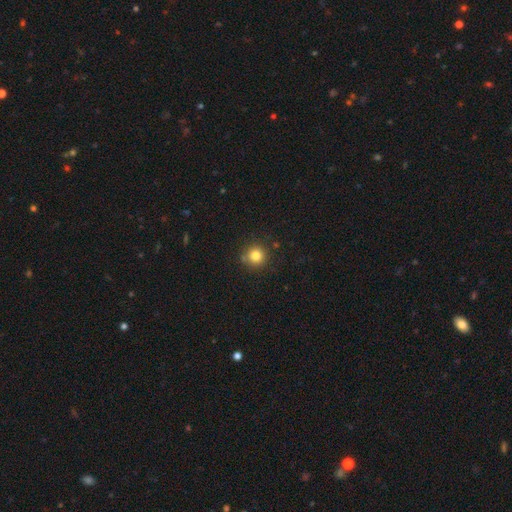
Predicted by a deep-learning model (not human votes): A smooth galaxy with no disk features (81%) that is round (94%).

Vote fractions:
- Smooth or featured? smooth: 81% / star or artifact: 13% / featured or disk: 6%
- How rounded? round: 94% / in between: 5% / cigar-shaped: 1%
- Merging? none: 83% / minor disturbance: 10% / merger: 5% / major disturbance: 3%